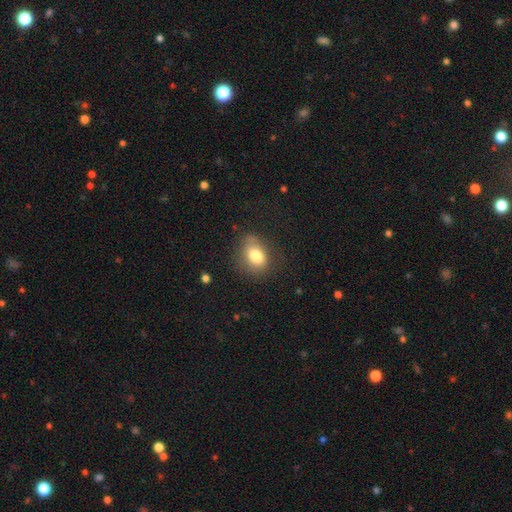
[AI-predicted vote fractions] This appears to be a smooth galaxy with no disk features (78%) that is in between round and cigar-shaped (71%). Merging: none (70%).